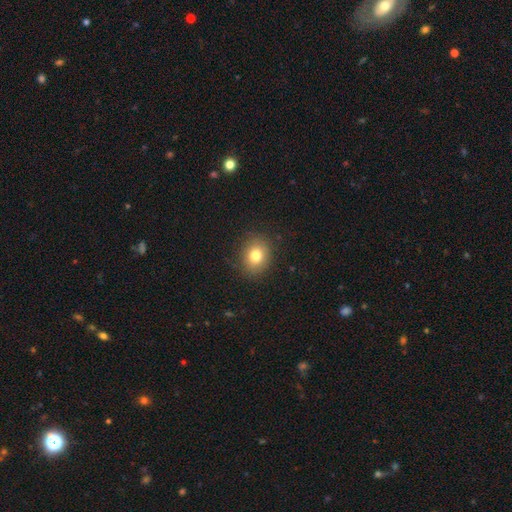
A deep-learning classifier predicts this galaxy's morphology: The model was most divided on "how rounded": round: 58%, in between: 41%, cigar-shaped: 1%. More confident: merging — none (86%); smooth or featured — smooth (79%).